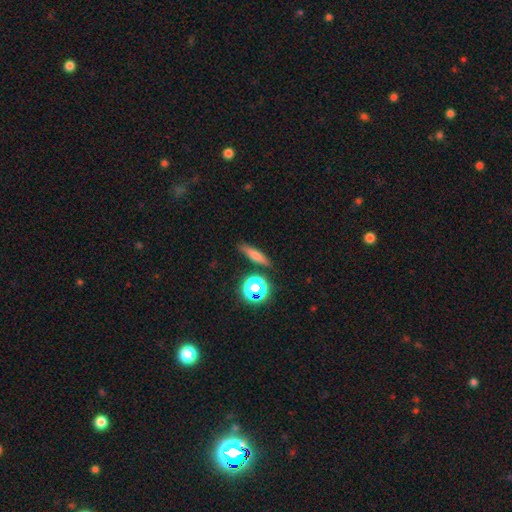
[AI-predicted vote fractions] Smooth or featured: smooth — 65% (featured or disk — 19%)
How rounded: cigar-shaped — 67% (in between — 22%)
Merging: none — 83% (minor disturbance — 10%)